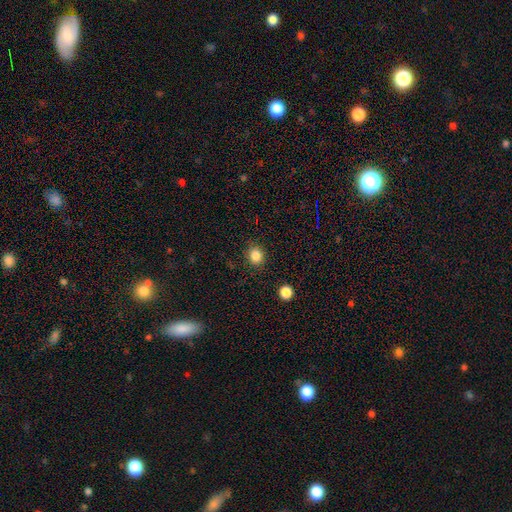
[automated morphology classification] This is clearly a smooth galaxy (84%). How rounded: likely round (75%). Merging: clearly none (88%).